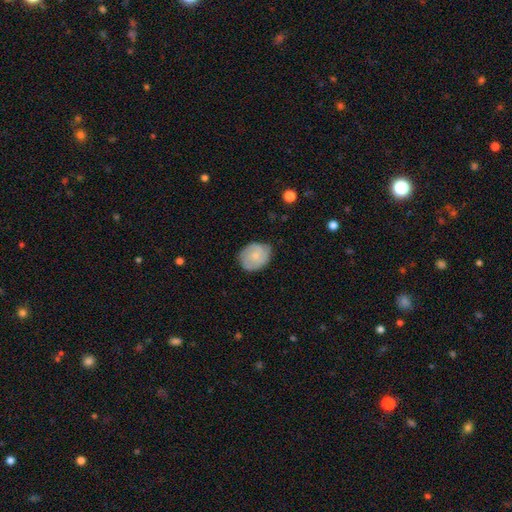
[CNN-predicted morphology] Smooth or featured: smooth — 60% (featured or disk — 33%)
How rounded: round — 58% (in between — 41%)
Merging: none — 71% (minor disturbance — 23%)